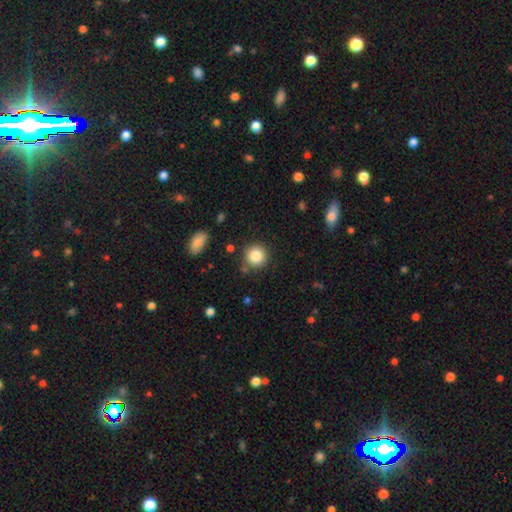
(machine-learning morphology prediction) type=smooth (86%); roundness=round (92%); merging=none (84%).